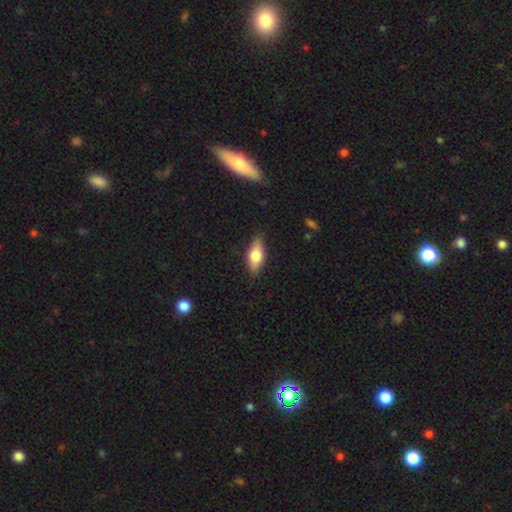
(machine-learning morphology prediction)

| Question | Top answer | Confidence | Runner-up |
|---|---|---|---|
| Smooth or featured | smooth | 63% | featured or disk (30%) |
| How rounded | in between | 74% | cigar-shaped (23%) |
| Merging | none | 86% | minor disturbance (11%) |